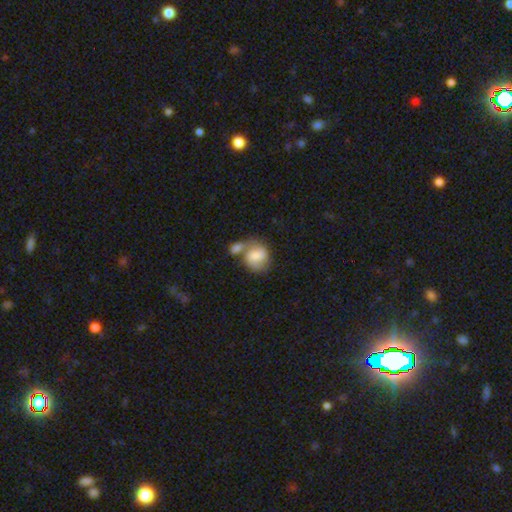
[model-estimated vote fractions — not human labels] A smooth galaxy with no disk features (56%) that is round (66%). Merging: merger (52%).